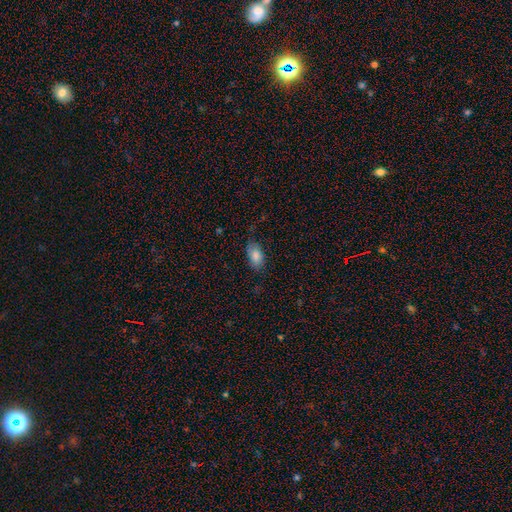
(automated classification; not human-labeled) A smooth galaxy with no disk features (84%) that is in between round and cigar-shaped (92%).

Vote fractions:
- Smooth or featured? smooth: 84% / featured or disk: 9% / star or artifact: 7%
- How rounded? in between: 92% / round: 5% / cigar-shaped: 3%
- Merging? none: 75% / minor disturbance: 20% / major disturbance: 4% / merger: 1%